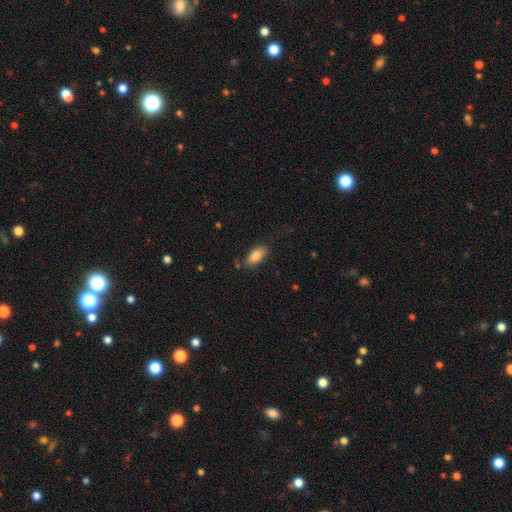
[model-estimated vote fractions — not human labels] Q: Smooth or featured?
A: smooth (83%); runner-up: featured or disk (9%)
Q: How rounded?
A: in between (89%); runner-up: cigar-shaped (8%)
Q: Merging?
A: none (80%); runner-up: minor disturbance (14%)